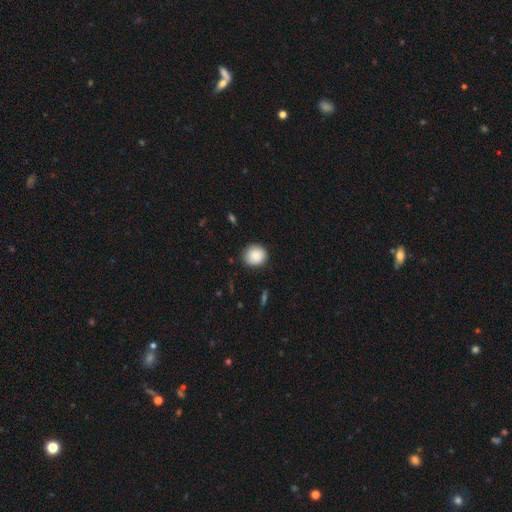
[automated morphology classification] Q: Smooth or featured?
A: smooth (84%); runner-up: star or artifact (8%)
Q: How rounded?
A: round (88%); runner-up: in between (11%)
Q: Merging?
A: none (86%); runner-up: minor disturbance (10%)